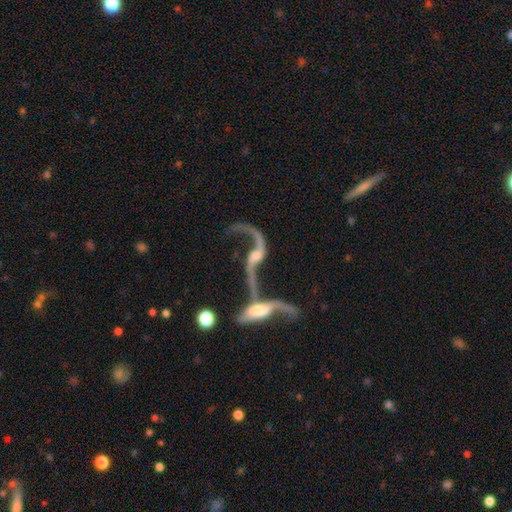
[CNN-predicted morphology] smooth_or_featured: featured or disk (p=0.85) [alt: star or artifact p=0.08]
disk_edge_on: no (p=0.90) [alt: yes p=0.10]
bar: no (p=0.53) [alt: weak p=0.34]
has_spiral_arms: yes (p=0.88) [alt: no p=0.12]
spiral_winding: loose (p=0.92) [alt: medium p=0.06]
spiral_arm_count: 2 (p=0.83) [alt: 1 p=0.11]
bulge_size: moderate (p=0.40) [alt: small p=0.37]
merging: merger (p=0.63) [alt: none p=0.17]